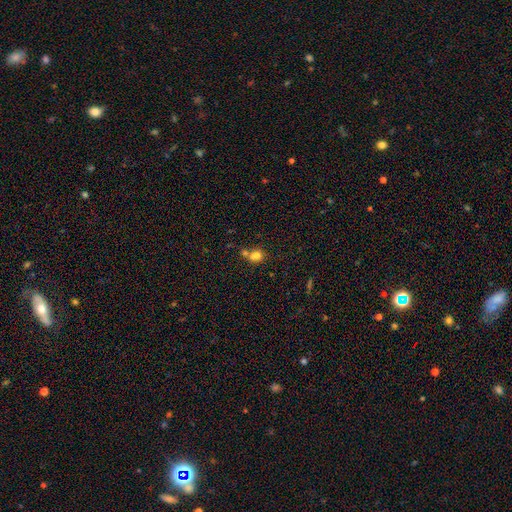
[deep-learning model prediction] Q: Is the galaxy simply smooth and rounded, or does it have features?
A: smooth — 76%.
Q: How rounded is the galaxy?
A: round — 58%.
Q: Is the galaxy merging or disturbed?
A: merger — 46%.